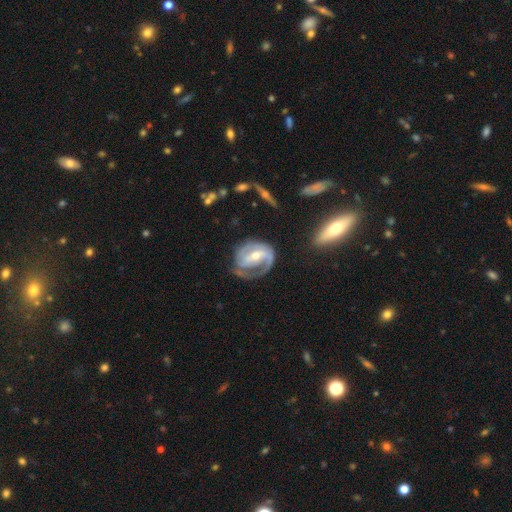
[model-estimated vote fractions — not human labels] A featured or disk galaxy (84%) with a strong bar (40%, tied with weak), 2 (53%) tight (48%) spiral arms (90%) and a moderate central bulge (57%).

Vote fractions:
- Smooth or featured? featured or disk: 84% / smooth: 11% / star or artifact: 5%
- Edge-on disk? no: 97% / yes: 3%
- Bar? strong: 40% (tied) / weak: 40% (tied) / no: 20%
- Spiral arms? yes: 90% / no: 10%
- Spiral winding? tight: 48% / medium: 37% / loose: 14%
- Spiral arm count? 2: 53% / 1: 29% / can't tell: 11% / 3: 4% / 4: 1% / more than 4: 1%
- Bulge size? moderate: 57% / small: 39% / large: 3% / none: 1% / dominant: 1%
- Merging? none: 53% / minor disturbance: 23% / major disturbance: 21% / merger: 3%